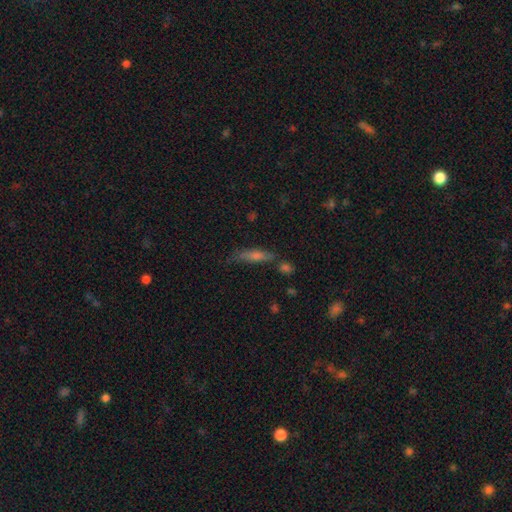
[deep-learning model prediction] A smooth galaxy with no disk features (48%). Merging: none (66%).